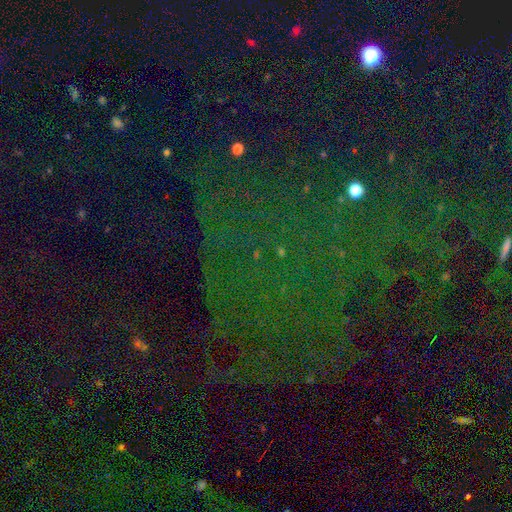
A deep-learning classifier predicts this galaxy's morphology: type=star or artifact (77%).